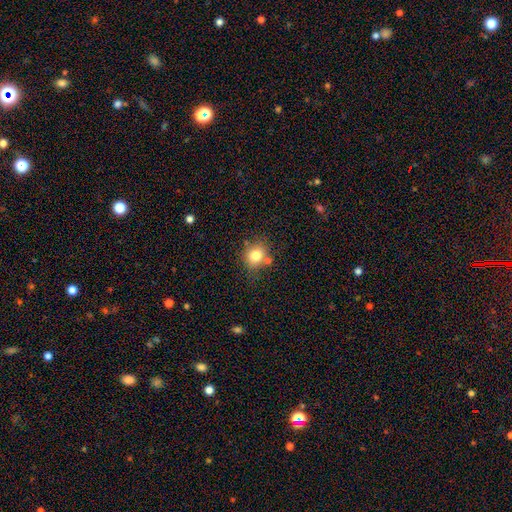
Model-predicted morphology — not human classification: This appears to be a smooth galaxy with no disk features (78%) that is round (72%). Merging: none (70%).